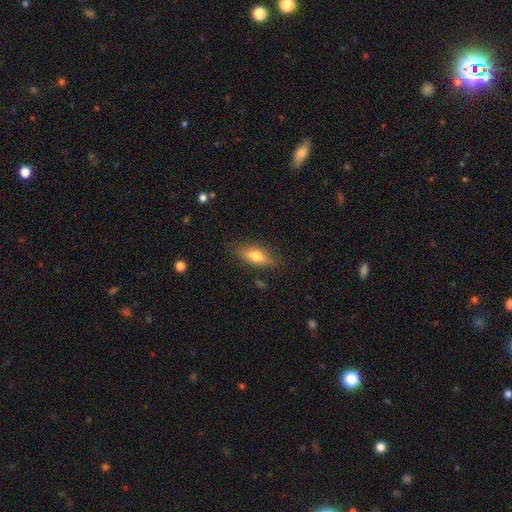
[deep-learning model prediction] Smooth or featured? Predicted: smooth (p=0.65). How rounded? Predicted: in between (p=0.66). Merging? Predicted: none (p=0.80).